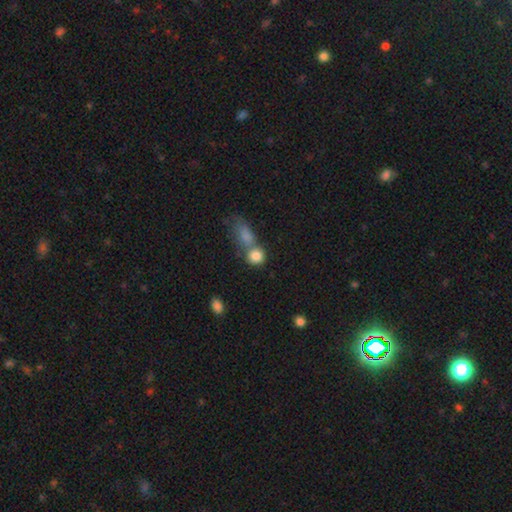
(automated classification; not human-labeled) A smooth galaxy with no disk features (84%) that is round (75%). Merging: merger (44%).